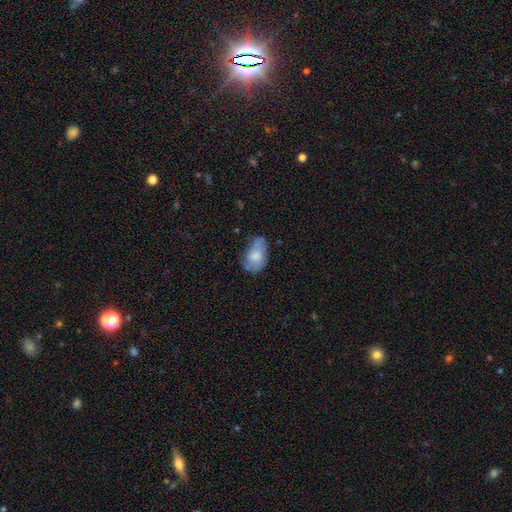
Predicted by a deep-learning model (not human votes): smooth 64%, featured or disk 28%, star or artifact 7%. Down the decision tree: how rounded — in between (87%); merging — none (42%).